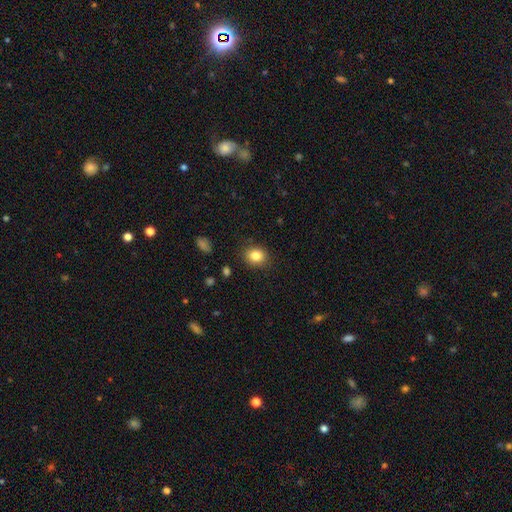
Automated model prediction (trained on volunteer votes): smooth 84%, star or artifact 10%, featured or disk 6%. Down the decision tree: how rounded — round (66%); merging — none (87%).